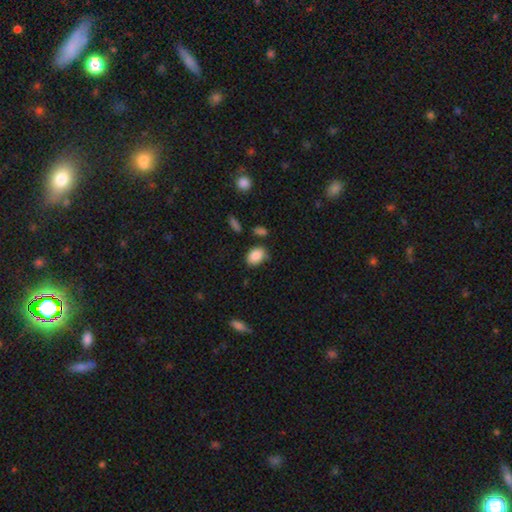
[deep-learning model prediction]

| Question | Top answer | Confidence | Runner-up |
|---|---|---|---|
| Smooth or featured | smooth | 87% | star or artifact (8%) |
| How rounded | in between | 78% | round (21%) |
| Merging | none | 73% | minor disturbance (19%) |